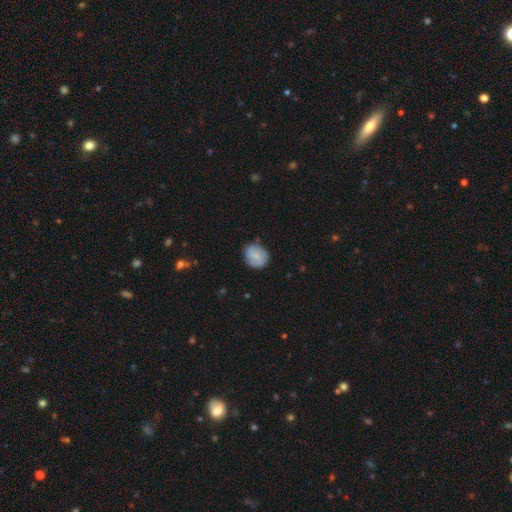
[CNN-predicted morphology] This is likely a smooth galaxy (65%). How rounded: likely round (64%). Merging: likely none (74%).